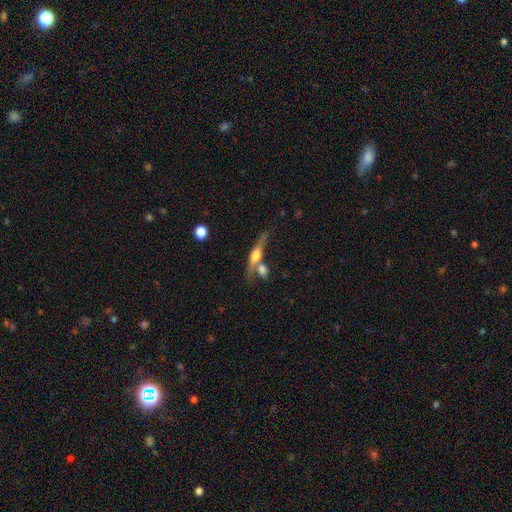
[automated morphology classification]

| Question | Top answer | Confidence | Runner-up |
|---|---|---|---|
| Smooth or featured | featured or disk | 64% | smooth (29%) |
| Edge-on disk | yes | 91% | no (9%) |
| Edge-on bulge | rounded | 88% | boxy (8%) |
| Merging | none | 52% | merger (30%) |